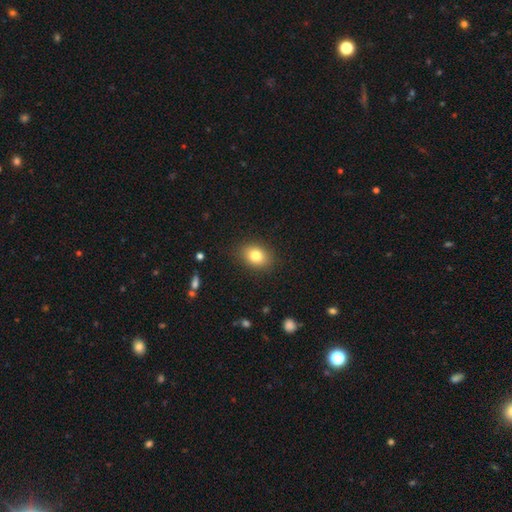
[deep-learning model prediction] A smooth galaxy with no disk features (81%) that is in between round and cigar-shaped (66%).

Vote fractions:
- Smooth or featured? smooth: 81% / star or artifact: 10% / featured or disk: 10%
- How rounded? in between: 66% / round: 33% / cigar-shaped: 1%
- Merging? none: 86% / minor disturbance: 10% / major disturbance: 3% / merger: 1%